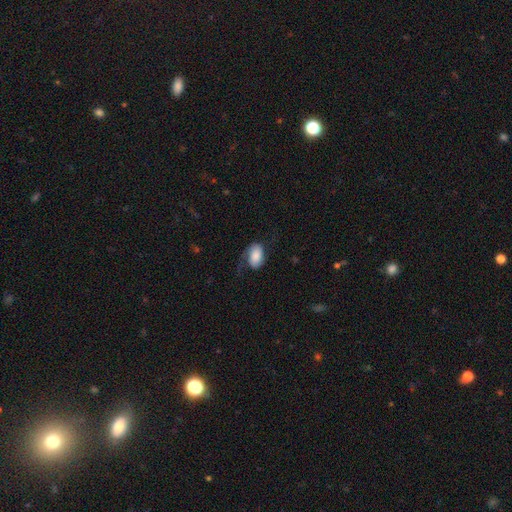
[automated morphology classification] The model was most divided on "merging": none: 45%, major disturbance: 28%, minor disturbance: 25%, merger: 2%. More confident: how rounded — in between (90%); smooth or featured — smooth (60%).